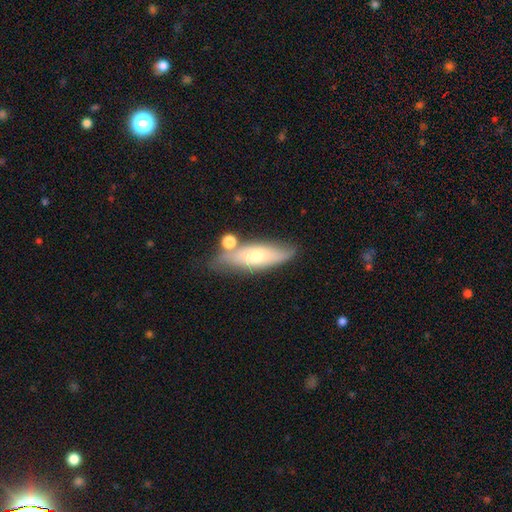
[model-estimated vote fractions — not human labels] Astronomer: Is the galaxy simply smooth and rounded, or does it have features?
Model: smooth — 54% (runner-up: featured or disk, 39%).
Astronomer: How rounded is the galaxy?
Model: in between — 51% (runner-up: cigar-shaped, 46%).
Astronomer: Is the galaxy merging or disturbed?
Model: none — 62%.